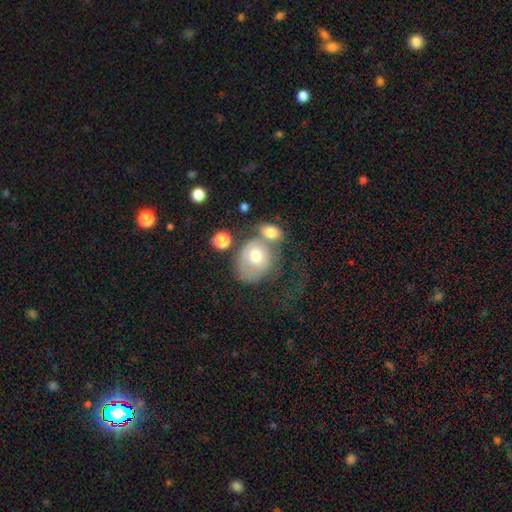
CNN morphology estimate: A smooth galaxy with no disk features (60%) that is round (59%). Merging: merger (42%).